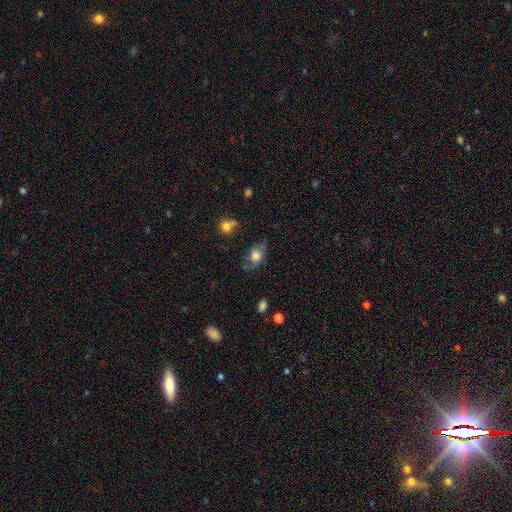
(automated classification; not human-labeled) Smooth or featured? Predicted: smooth (p=0.64). How rounded? Predicted: in between (p=0.72). Merging? Predicted: none (p=0.57).